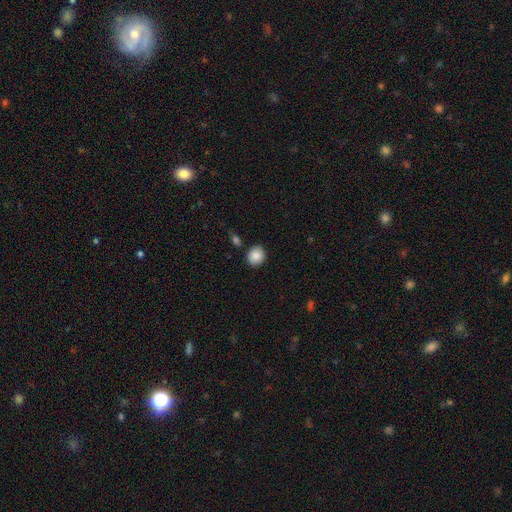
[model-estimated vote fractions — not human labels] Smooth or featured?
  - smooth: 88% *
  - star or artifact: 7%
  - featured or disk: 4%
How rounded?
  - round: 76% *
  - in between: 23%
  - cigar-shaped: 1%
Merging?
  - none: 87% *
  - minor disturbance: 8%
  - merger: 3%
  - major disturbance: 2%